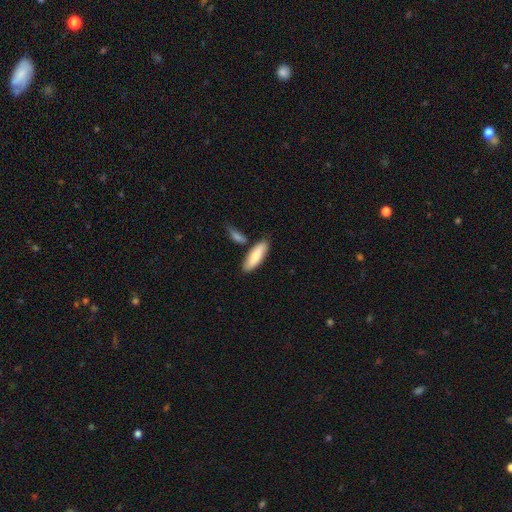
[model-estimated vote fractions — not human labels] The model was most divided on "how rounded": in between: 55%, cigar-shaped: 43%, round: 2%. More confident: smooth or featured — smooth (78%); merging — none (75%).